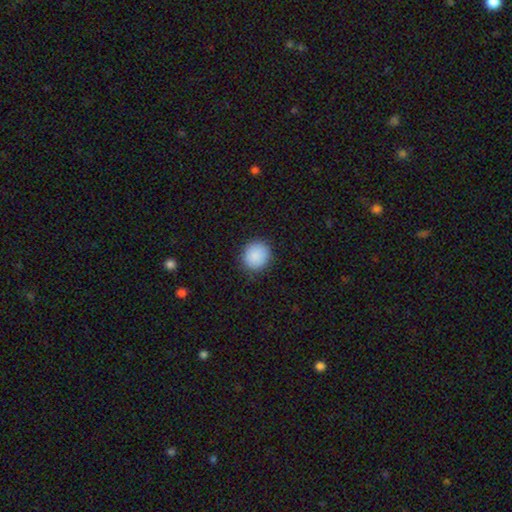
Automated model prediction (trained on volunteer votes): Q: Smooth or featured?
A: smooth (89%); runner-up: star or artifact (8%)
Q: How rounded?
A: round (84%); runner-up: in between (15%)
Q: Merging?
A: none (89%); runner-up: minor disturbance (8%)